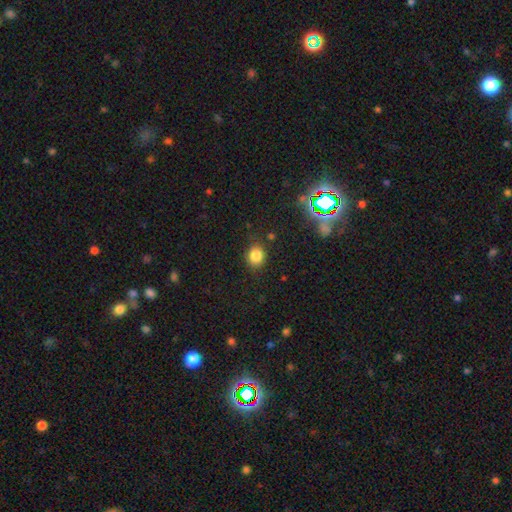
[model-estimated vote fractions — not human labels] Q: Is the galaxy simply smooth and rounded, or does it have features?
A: smooth — 82%.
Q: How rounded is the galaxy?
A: round — 72%.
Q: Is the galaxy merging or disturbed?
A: none — 82%.